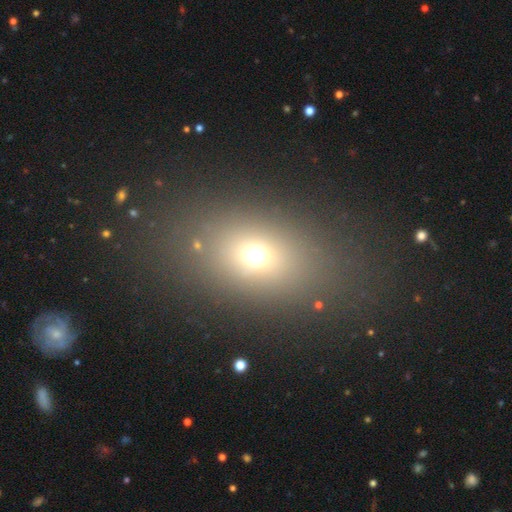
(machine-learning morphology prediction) Smooth or featured? smooth (67%)
How rounded? in between (61%)
Merging? none (79%)